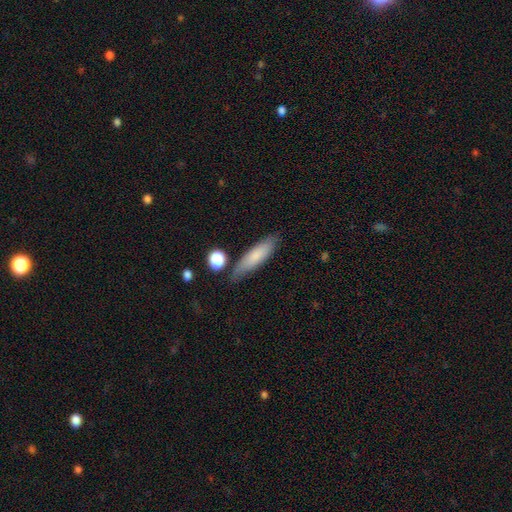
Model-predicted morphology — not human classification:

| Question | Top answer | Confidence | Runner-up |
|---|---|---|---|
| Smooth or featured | smooth | 78% | featured or disk (16%) |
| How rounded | cigar-shaped | 68% | in between (31%) |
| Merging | none | 76% | minor disturbance (16%) |